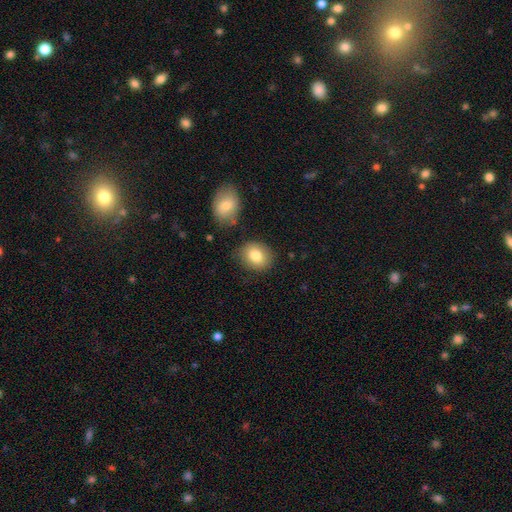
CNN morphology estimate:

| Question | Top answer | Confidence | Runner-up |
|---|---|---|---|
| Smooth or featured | smooth | 82% | featured or disk (9%) |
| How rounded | round | 59% | in between (40%) |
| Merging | none | 81% | minor disturbance (12%) |